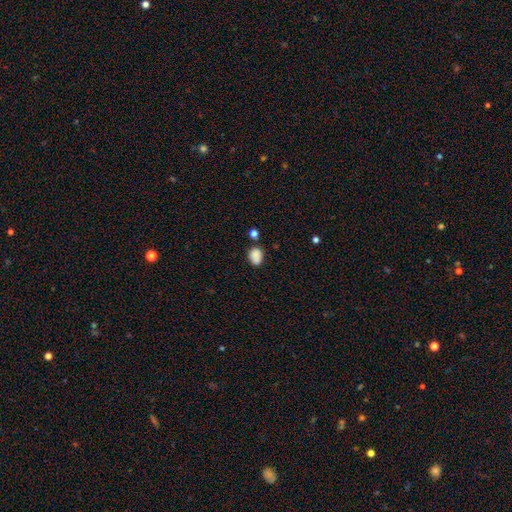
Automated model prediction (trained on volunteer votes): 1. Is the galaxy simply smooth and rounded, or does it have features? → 86% smooth, 10% star or artifact, 5% featured or disk.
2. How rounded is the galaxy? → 68% in between, 31% round, 1% cigar-shaped.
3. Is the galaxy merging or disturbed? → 69% none, 18% minor disturbance, 9% merger, 4% major disturbance.